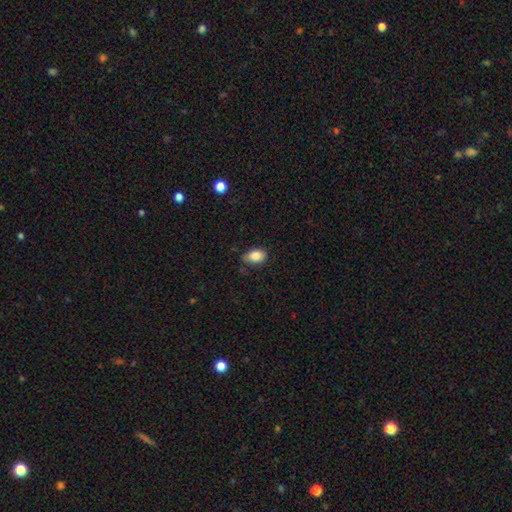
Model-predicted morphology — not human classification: smooth 86%, star or artifact 8%, featured or disk 6%. Down the decision tree: how rounded — in between (88%); merging — none (69%).